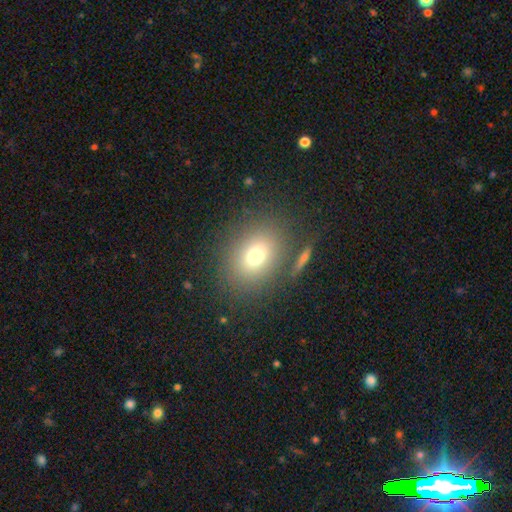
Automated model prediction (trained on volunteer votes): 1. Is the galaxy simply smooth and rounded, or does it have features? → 73% smooth, 14% star or artifact, 14% featured or disk.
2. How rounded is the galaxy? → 50% round, 49% in between, 1% cigar-shaped.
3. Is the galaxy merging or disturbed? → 80% none, 10% minor disturbance, 5% merger, 5% major disturbance.